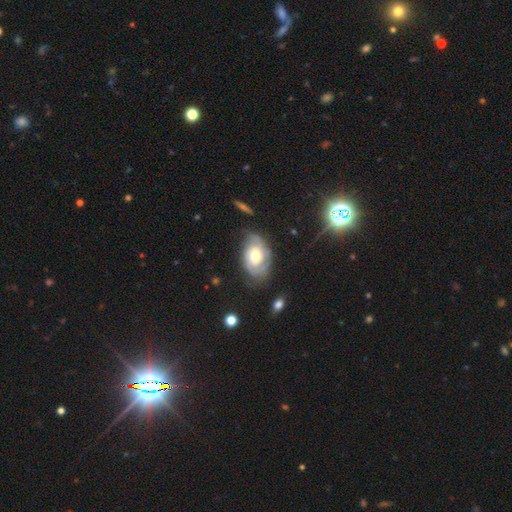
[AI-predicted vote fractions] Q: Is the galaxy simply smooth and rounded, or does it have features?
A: featured or disk — 73%.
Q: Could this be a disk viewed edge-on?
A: no — 95%.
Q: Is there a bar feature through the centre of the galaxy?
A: no — 72%.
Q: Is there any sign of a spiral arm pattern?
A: yes — 89%.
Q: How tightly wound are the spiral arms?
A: tight — 60%.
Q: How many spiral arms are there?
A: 2 — 39%.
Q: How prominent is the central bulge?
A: moderate — 71%.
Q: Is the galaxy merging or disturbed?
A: none — 64%.